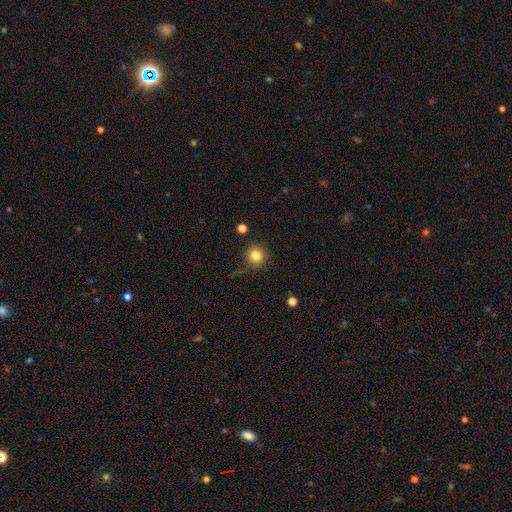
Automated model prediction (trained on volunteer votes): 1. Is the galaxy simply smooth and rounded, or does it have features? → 83% smooth, 12% star or artifact, 6% featured or disk.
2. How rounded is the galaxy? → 94% round, 5% in between, 1% cigar-shaped.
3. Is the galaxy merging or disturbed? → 86% none, 9% minor disturbance, 3% major disturbance, 2% merger.